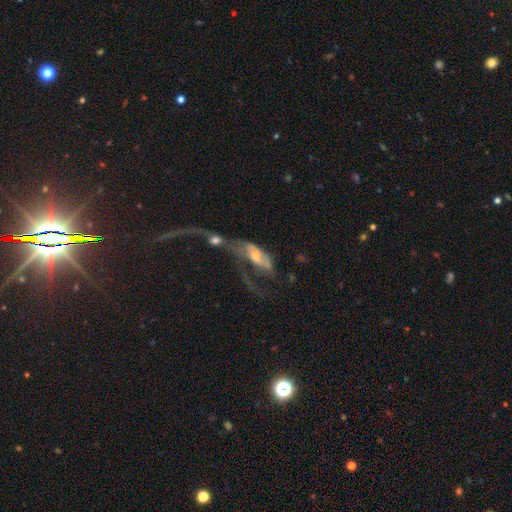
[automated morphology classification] featured or disk 63%, smooth 29%, star or artifact 8%. Down the decision tree: edge-on disk — no (86%); bar — no (57%); spiral arms — yes (65%); bulge size — moderate (57%); merging — merger (60%).